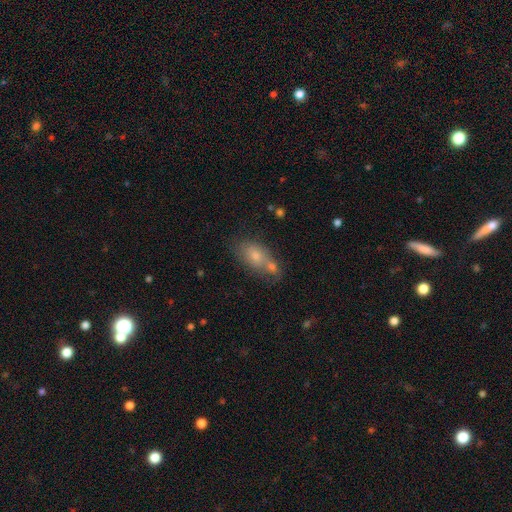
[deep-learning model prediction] Q: Smooth or featured?
A: smooth (66%); runner-up: featured or disk (20%)
Q: How rounded?
A: in between (80%); runner-up: round (13%)
Q: Merging?
A: none (44%); runner-up: merger (38%)